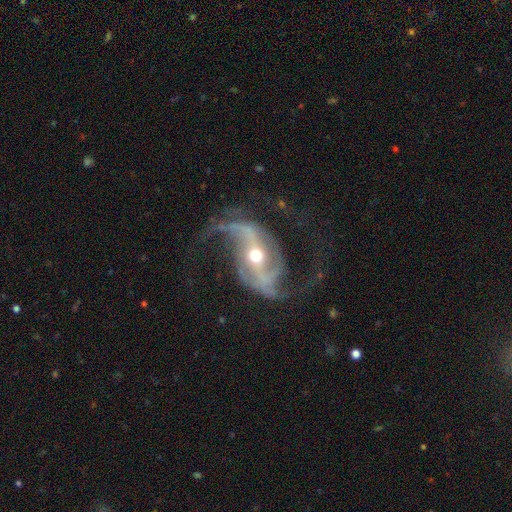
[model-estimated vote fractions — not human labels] Morphology: type=featured or disk (92%); edge-on=no (97%); bar=strong (48%); spiral arms=yes (97%); winding=loose (63%); arm count=2 (92%); bulge=moderate (68%); merging=none (66%).